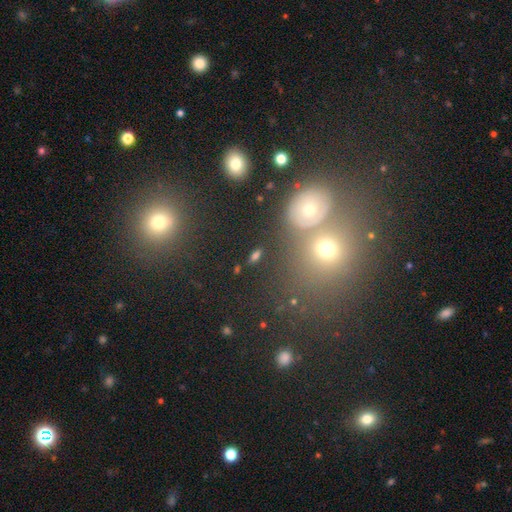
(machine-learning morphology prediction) Smooth or featured? Predicted: smooth (p=0.61). How rounded? Predicted: in between (p=0.69). Merging? Predicted: none (p=0.78).